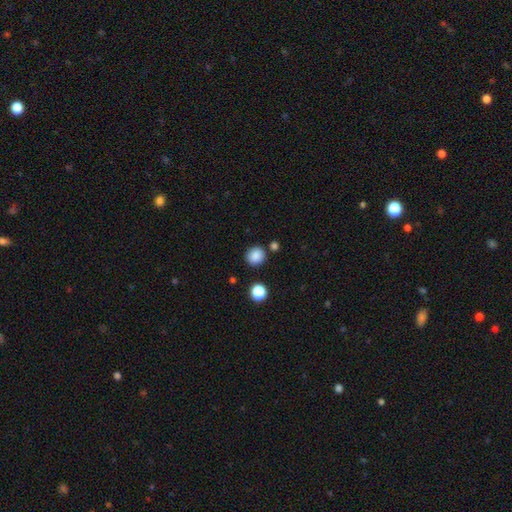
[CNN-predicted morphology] smooth-or-featured: smooth: 86% | star or artifact: 10% | featured or disk: 4%
  how-rounded: round: 88% | in between: 11% | cigar-shaped: 1%
  merging: none: 83% | minor disturbance: 9% | merger: 5% | major disturbance: 3%